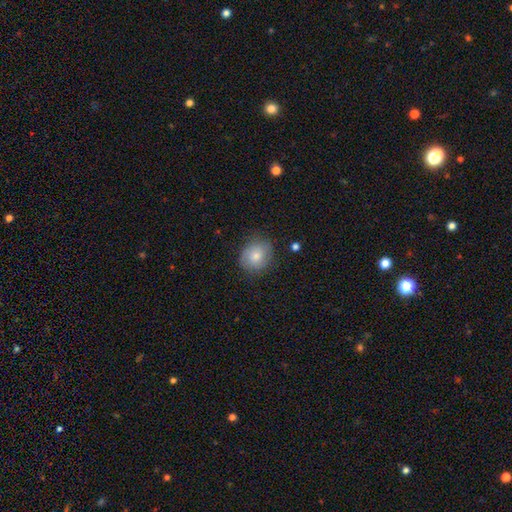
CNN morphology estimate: A smooth galaxy with no disk features (76%) that is round (70%). Merging: none (75%).